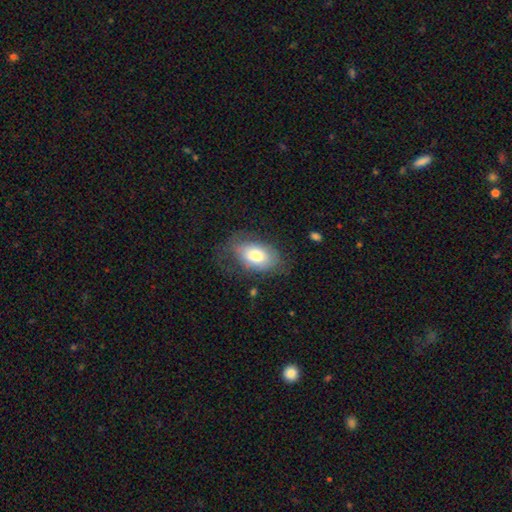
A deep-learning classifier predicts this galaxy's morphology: smooth_or_featured: smooth (p=0.72) [alt: featured or disk p=0.21]
how_rounded: in between (p=0.90) [alt: round p=0.09]
merging: none (p=0.60) [alt: minor disturbance p=0.24]